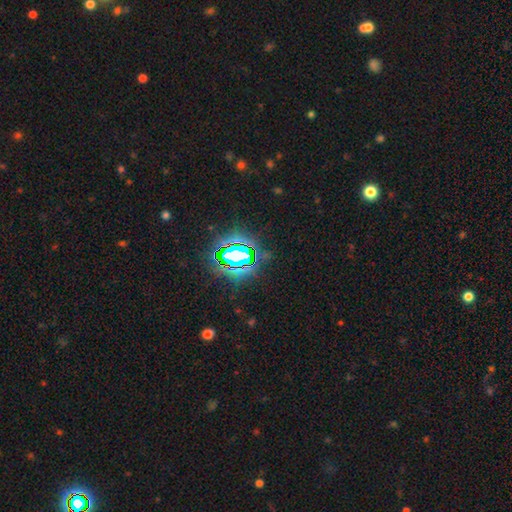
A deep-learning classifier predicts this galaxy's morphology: Smooth or featured?
  - star or artifact: 82% *
  - smooth: 11%
  - featured or disk: 7%